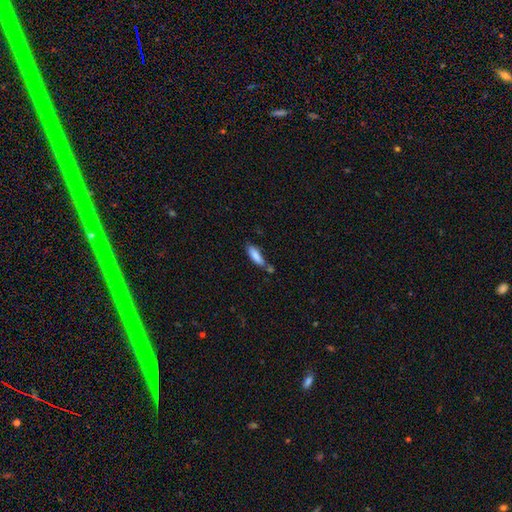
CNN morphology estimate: type=smooth (83%); roundness=cigar-shaped (54%); merging=none (52%).